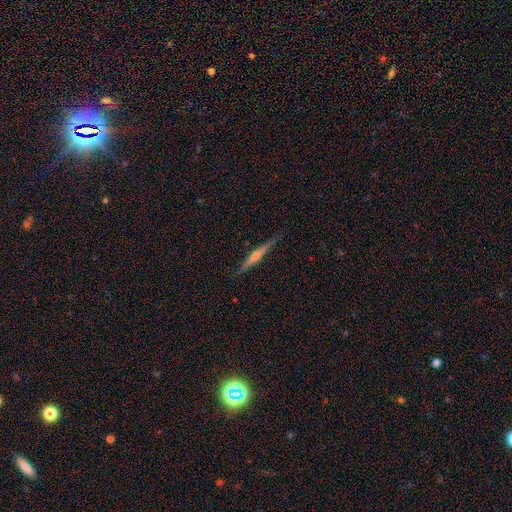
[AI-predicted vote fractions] The model was most divided on "smooth or featured": featured or disk: 76%, smooth: 18%, star or artifact: 6%. More confident: edge-on disk — yes (98%); merging — none (89%); edge-on bulge — rounded (81%).